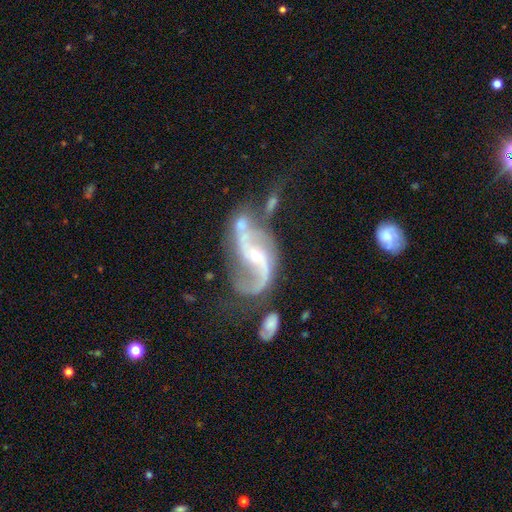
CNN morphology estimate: type=featured or disk (90%); edge-on=no (97%); bar=no (37%); spiral arms=yes (96%); winding=loose (67%); arm count=2 (91%); bulge=small (66%); merging=none (36%).